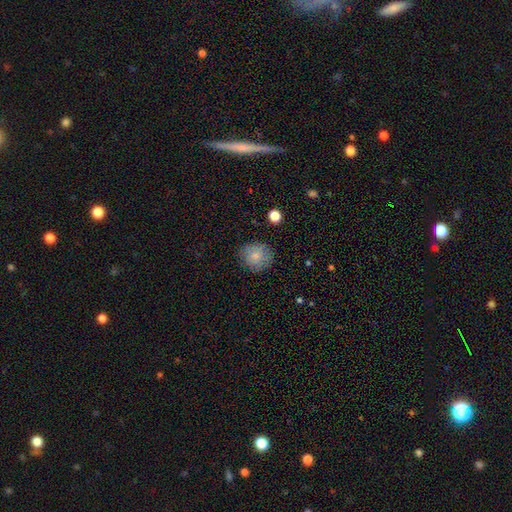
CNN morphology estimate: smooth 81%, featured or disk 10%, star or artifact 9%. Down the decision tree: how rounded — round (86%); merging — none (81%).